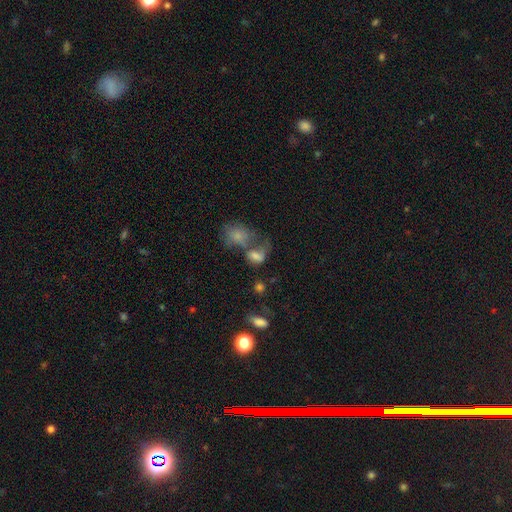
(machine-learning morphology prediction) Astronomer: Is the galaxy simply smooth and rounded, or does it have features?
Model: smooth — 63%.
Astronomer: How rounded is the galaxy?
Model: in between — 62%.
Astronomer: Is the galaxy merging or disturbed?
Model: merger — 50%.